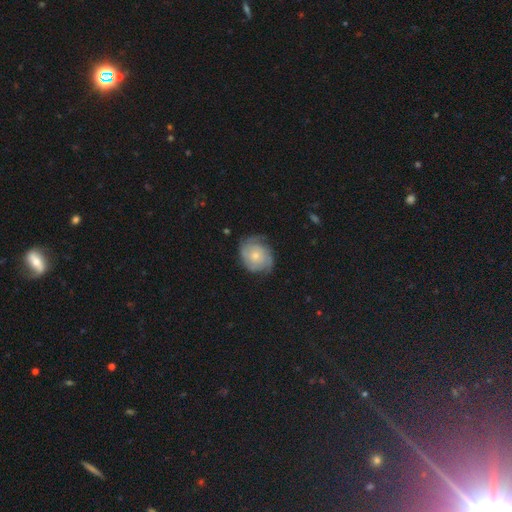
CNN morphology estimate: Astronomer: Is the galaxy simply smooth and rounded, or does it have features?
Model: featured or disk — 60%.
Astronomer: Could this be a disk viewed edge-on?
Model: no — 97%.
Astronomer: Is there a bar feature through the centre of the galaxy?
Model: no — 84%.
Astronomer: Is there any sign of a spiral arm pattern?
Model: yes — 85%.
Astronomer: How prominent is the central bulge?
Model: small — 63%.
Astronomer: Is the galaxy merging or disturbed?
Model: none — 64%.